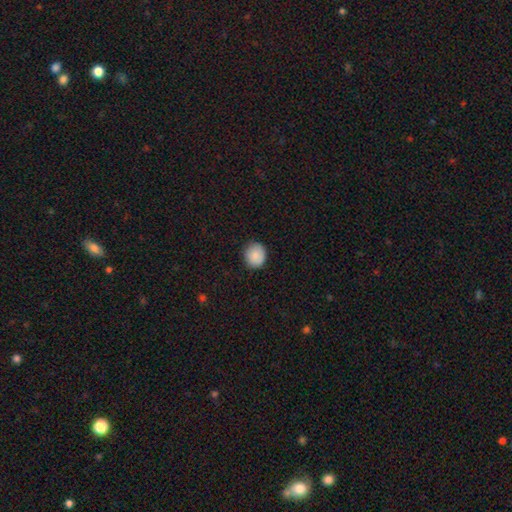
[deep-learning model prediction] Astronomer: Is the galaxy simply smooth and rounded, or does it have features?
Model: smooth — 87%.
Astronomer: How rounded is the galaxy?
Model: round — 77%.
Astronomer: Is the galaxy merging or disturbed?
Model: none — 87%.